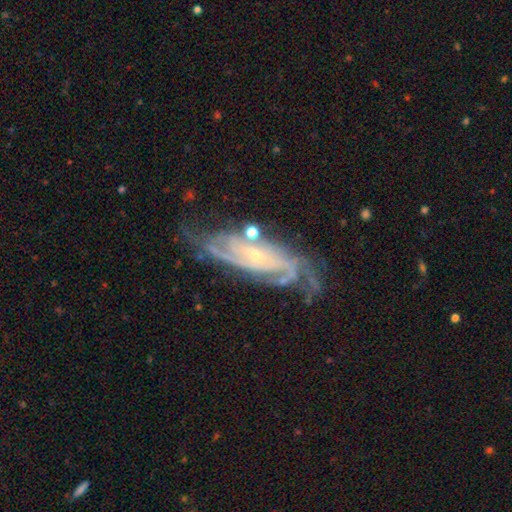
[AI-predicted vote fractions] Q: Smooth or featured?
A: featured or disk (88%); runner-up: star or artifact (6%)
Q: Edge-on disk?
A: no (90%); runner-up: yes (10%)
Q: Bar?
A: no (55%); runner-up: weak (31%)
Q: Spiral arms?
A: yes (98%); runner-up: no (2%)
Q: Spiral winding?
A: tight (67%); runner-up: medium (28%)
Q: Spiral arm count?
A: 4 (24%); tied with: 3 (24%)
Q: Bulge size?
A: small (76%); runner-up: moderate (19%)
Q: Merging?
A: none (68%); runner-up: minor disturbance (20%)